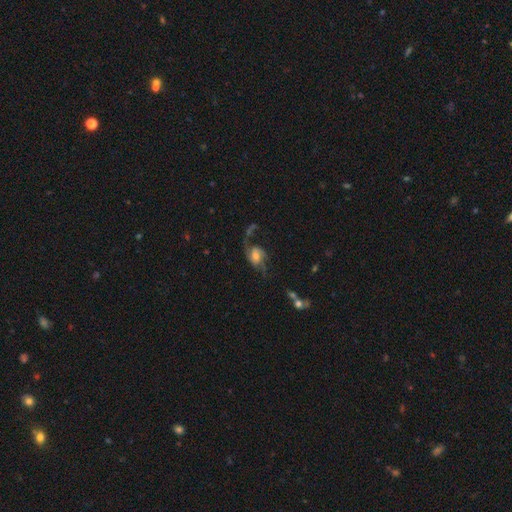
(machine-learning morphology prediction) This is likely a featured or disk galaxy (78%). It is clearly not viewed edge-on (97%). Bar: possibly no (56%). Spiral arm pattern: clearly yes (94%). Spiral arm count: likely 2 (72%). Spiral winding: likely loose (62%). Central bulge: possibly moderate (54%). Merging: possibly none (50%).